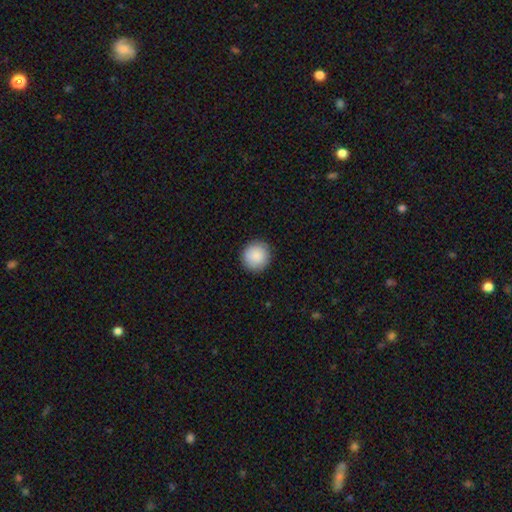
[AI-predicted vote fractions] Morphology: type=smooth (89%); roundness=round (94%); merging=none (91%).